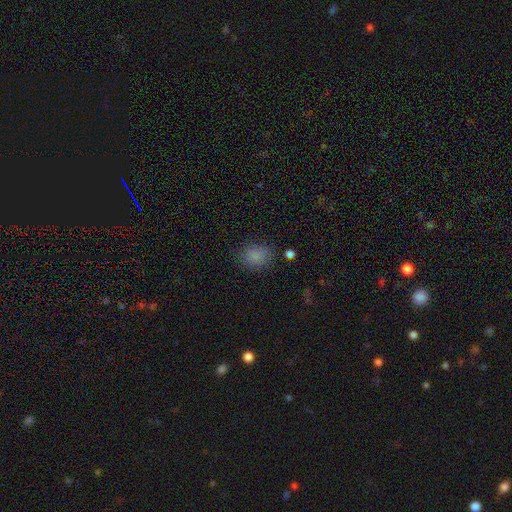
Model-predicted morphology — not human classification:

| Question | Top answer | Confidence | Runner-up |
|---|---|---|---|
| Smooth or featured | smooth | 82% | star or artifact (13%) |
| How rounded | round | 53% | in between (45%) |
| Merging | none | 77% | minor disturbance (16%) |